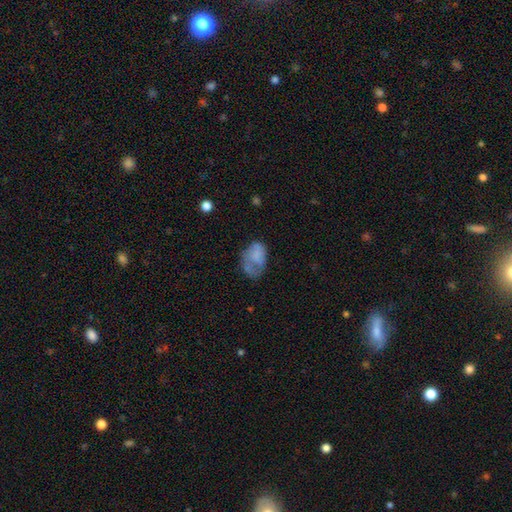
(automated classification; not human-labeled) A smooth galaxy with no disk features (65%) that is in between round and cigar-shaped (82%).

Vote fractions:
- Smooth or featured? smooth: 65% / featured or disk: 26% / star or artifact: 9%
- How rounded? in between: 82% / round: 17% / cigar-shaped: 1%
- Merging? none: 37% / minor disturbance: 31% / major disturbance: 27% / merger: 5%